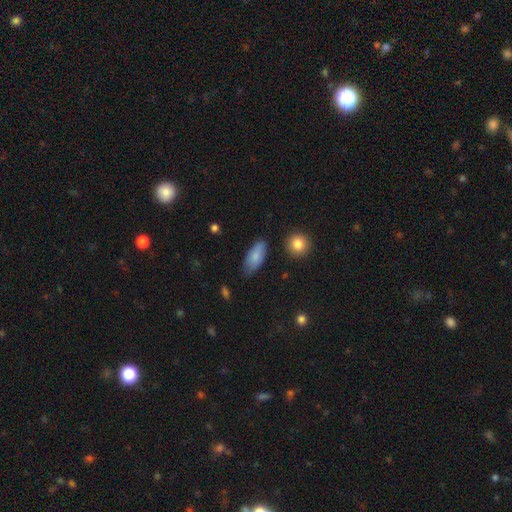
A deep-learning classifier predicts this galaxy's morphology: Smooth or featured? smooth (81%)
How rounded? in between (86%)
Merging? none (69%)